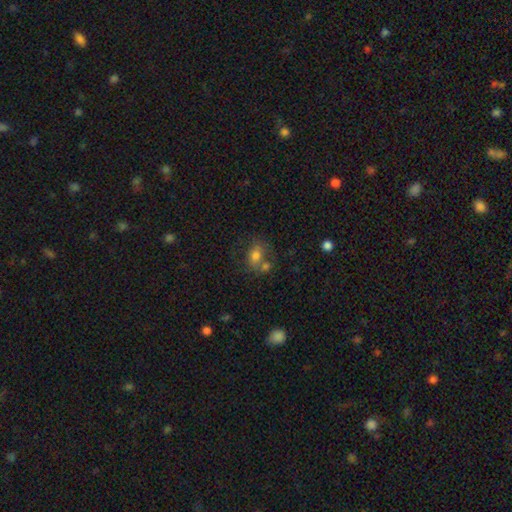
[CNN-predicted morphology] smooth-or-featured: smooth: 70% | featured or disk: 18% | star or artifact: 12%
  how-rounded: in between: 66% | round: 32% | cigar-shaped: 2%
  merging: none: 43% | merger: 34% | minor disturbance: 15% | major disturbance: 8%